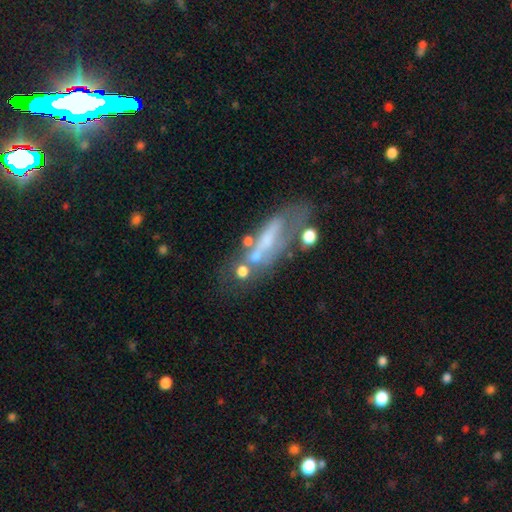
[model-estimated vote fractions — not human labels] smooth_or_featured: smooth (p=0.48) [alt: featured or disk p=0.38]
merging: none (p=0.37) [alt: merger p=0.25]